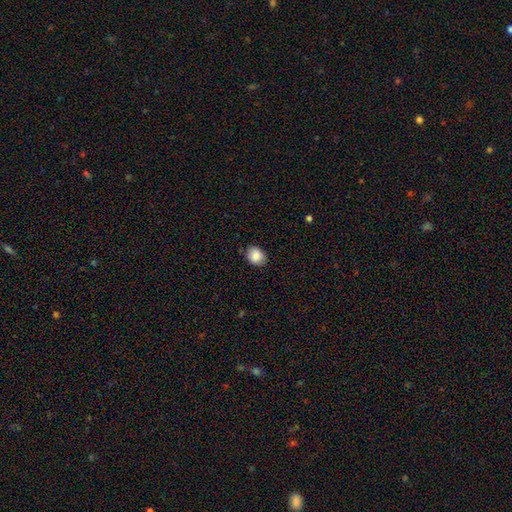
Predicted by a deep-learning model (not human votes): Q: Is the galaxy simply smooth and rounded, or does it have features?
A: smooth — 87%.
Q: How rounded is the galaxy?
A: in between — 52%.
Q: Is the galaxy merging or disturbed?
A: none — 84%.